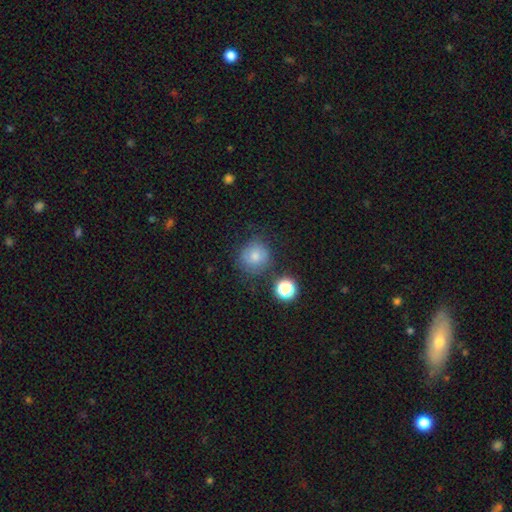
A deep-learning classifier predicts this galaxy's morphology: Overall: smooth (76%). How rounded: round (90%). Merging: none (77%).